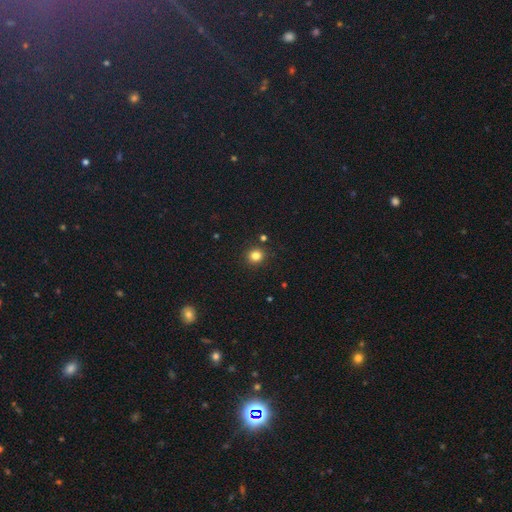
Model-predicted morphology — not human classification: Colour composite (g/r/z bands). It shows a smooth galaxy with no disk features (81%) that is round (90%). Merging: none (89%).